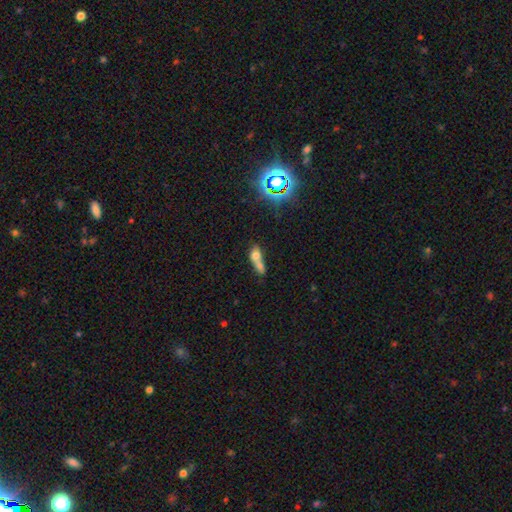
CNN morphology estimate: Smooth or featured? smooth (62%)
How rounded? in between (57%)
Merging? merger (67%)